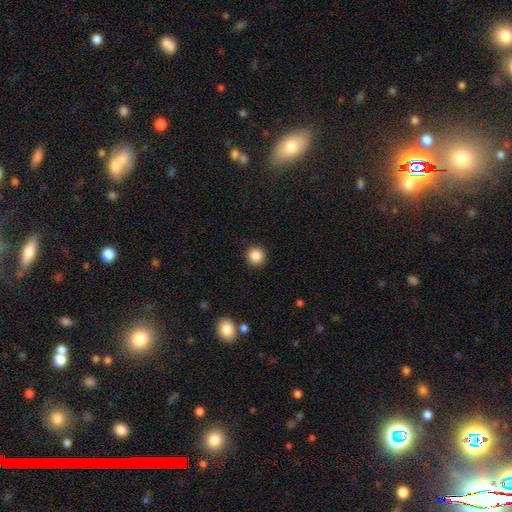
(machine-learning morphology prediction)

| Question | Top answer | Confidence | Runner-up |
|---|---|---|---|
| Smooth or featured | smooth | 87% | star or artifact (10%) |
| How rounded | round | 94% | in between (5%) |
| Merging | none | 92% | minor disturbance (5%) |